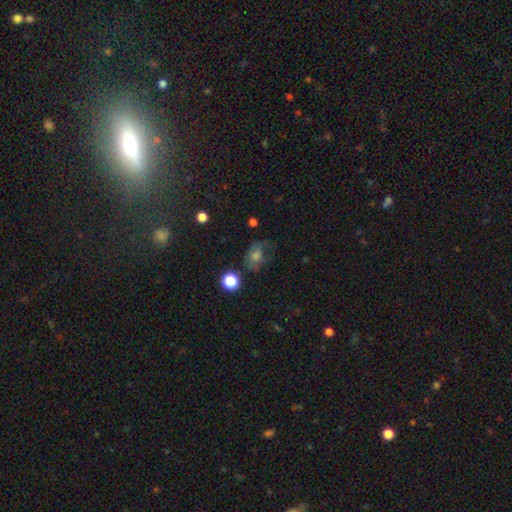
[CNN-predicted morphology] Smooth or featured: smooth — 56% (star or artifact — 22%)
How rounded: in between — 51% (round — 48%)
Merging: none — 57% (minor disturbance — 24%)